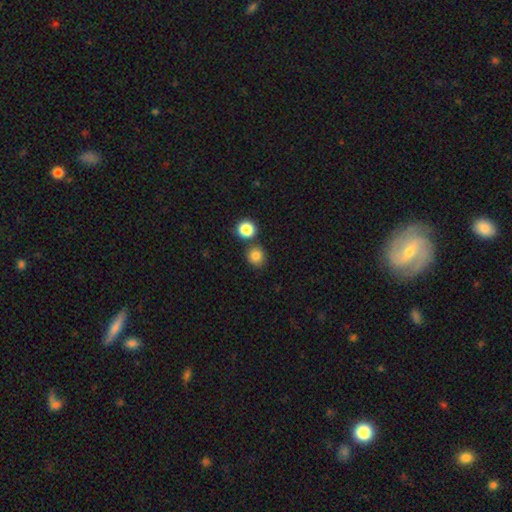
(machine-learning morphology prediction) This is clearly a smooth galaxy (82%). How rounded: clearly round (86%). Merging: likely none (77%).